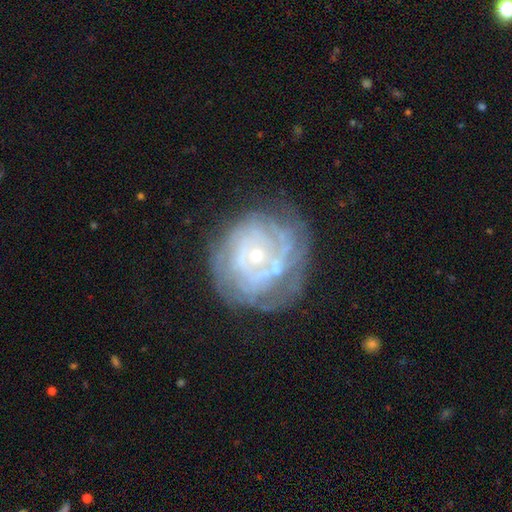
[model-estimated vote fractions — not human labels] Morphology: type=featured or disk (78%); edge-on=no (97%); bar=no (82%); spiral arms=yes (76%); winding=tight (74%); arm count=can't tell (52%); bulge=small (74%); merging=none (62%).